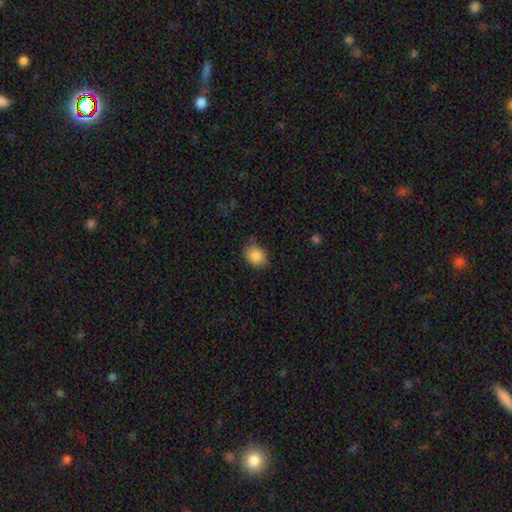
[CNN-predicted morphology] Overall: smooth (86%). How rounded: in between (54%; round 45%). Merging: none (78%).